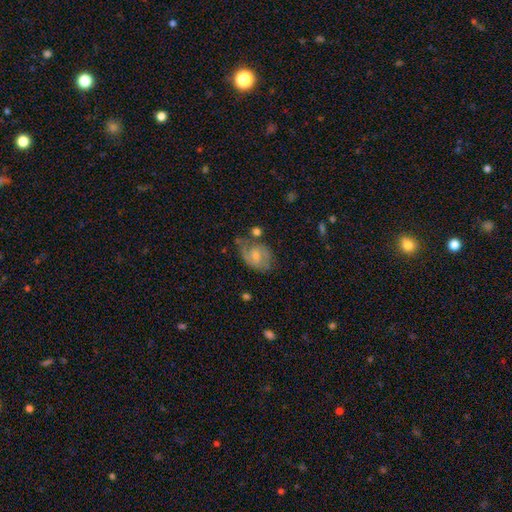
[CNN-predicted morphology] type=featured or disk (59%); edge-on=no (96%); bar=weak (46%); spiral arms=yes (80%); bulge=moderate (45%); merging=none (47%).